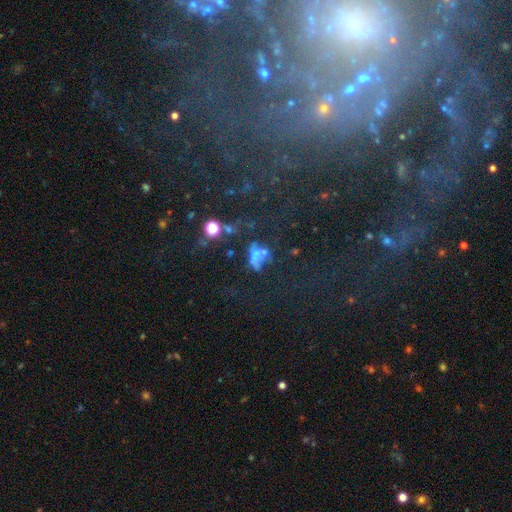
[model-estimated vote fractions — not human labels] smooth-or-featured: smooth: 42% | star or artifact: 31% | featured or disk: 27%
  merging: none: 30% (tied) | merger: 30% (tied) | major disturbance: 25% | minor disturbance: 15%